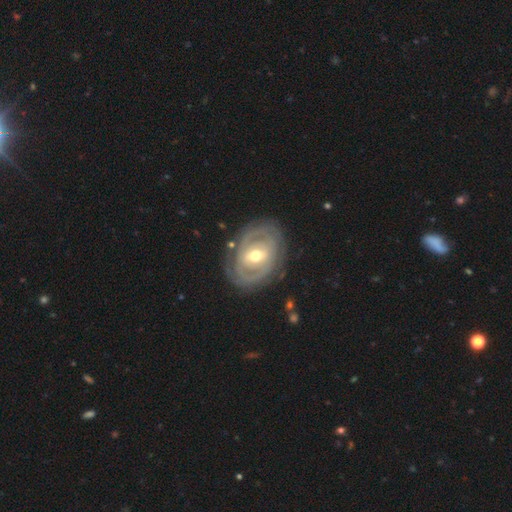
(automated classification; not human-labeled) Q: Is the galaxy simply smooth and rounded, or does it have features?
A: featured or disk — 82%.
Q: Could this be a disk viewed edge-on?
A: no — 96%.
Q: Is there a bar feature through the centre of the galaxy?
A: weak — 43%.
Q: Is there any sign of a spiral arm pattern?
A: yes — 75%.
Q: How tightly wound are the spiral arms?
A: tight — 70%.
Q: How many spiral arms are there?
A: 2 — 46%.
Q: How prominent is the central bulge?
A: moderate — 69%.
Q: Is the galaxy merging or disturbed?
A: none — 78%.